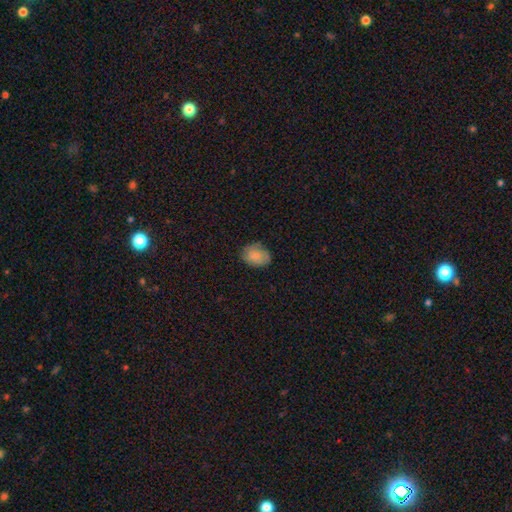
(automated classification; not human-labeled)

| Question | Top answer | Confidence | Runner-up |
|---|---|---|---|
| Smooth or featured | smooth | 81% | featured or disk (11%) |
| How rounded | in between | 61% | round (38%) |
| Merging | none | 74% | minor disturbance (20%) |